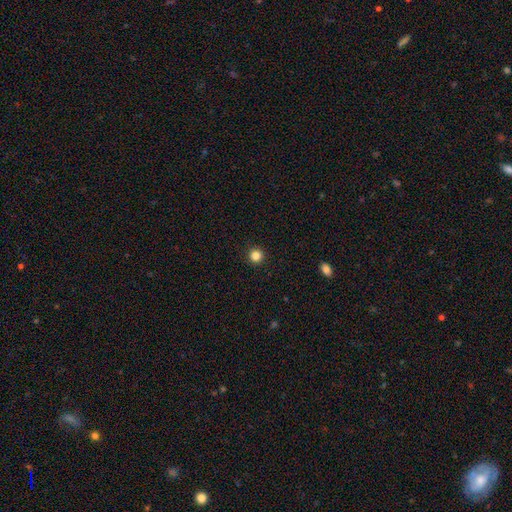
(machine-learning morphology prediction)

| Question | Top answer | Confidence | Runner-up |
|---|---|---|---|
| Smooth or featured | smooth | 84% | star or artifact (12%) |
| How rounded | round | 96% | in between (3%) |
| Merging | none | 94% | minor disturbance (4%) |